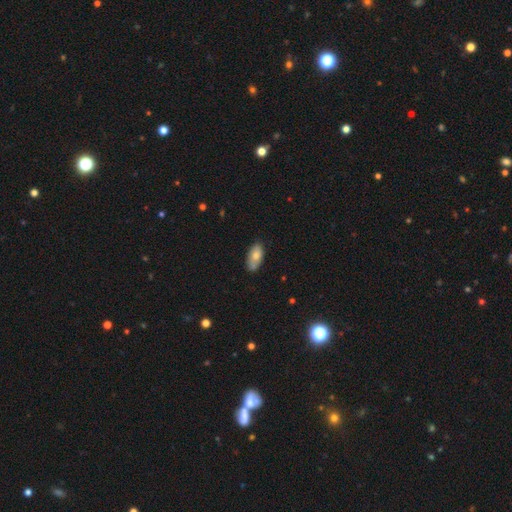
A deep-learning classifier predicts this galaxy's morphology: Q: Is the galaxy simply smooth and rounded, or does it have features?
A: smooth — 71%.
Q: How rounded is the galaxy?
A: in between — 91%.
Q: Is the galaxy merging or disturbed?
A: none — 74%.